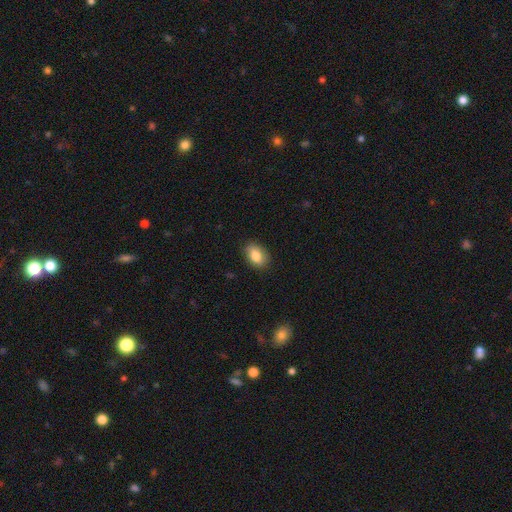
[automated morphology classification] smooth 84%, featured or disk 8%, star or artifact 8%. Down the decision tree: how rounded — in between (83%); merging — none (84%).